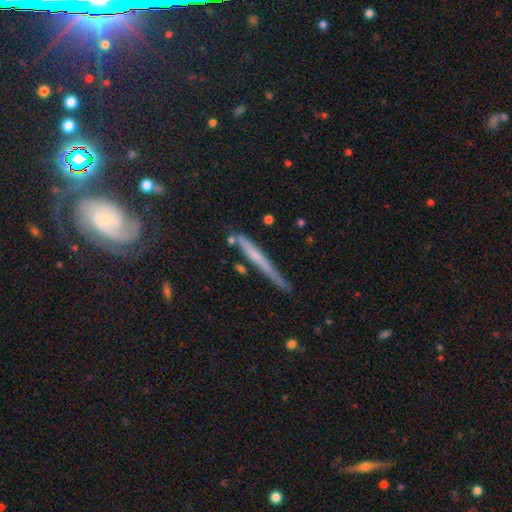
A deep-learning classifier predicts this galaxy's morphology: This appears to be a featured or disk galaxy (46%). Merging: none (68%).